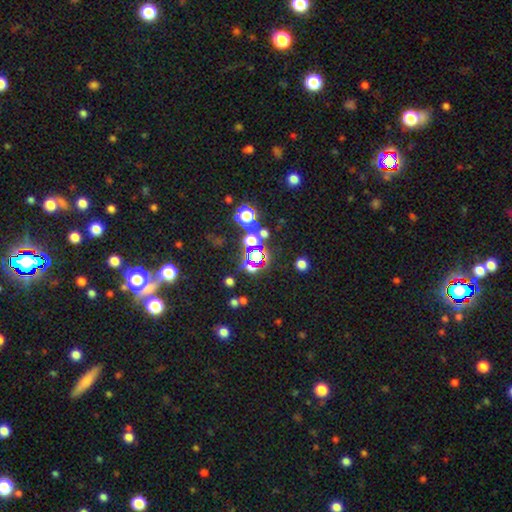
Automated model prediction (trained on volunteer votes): Overall: star or artifact (68%).